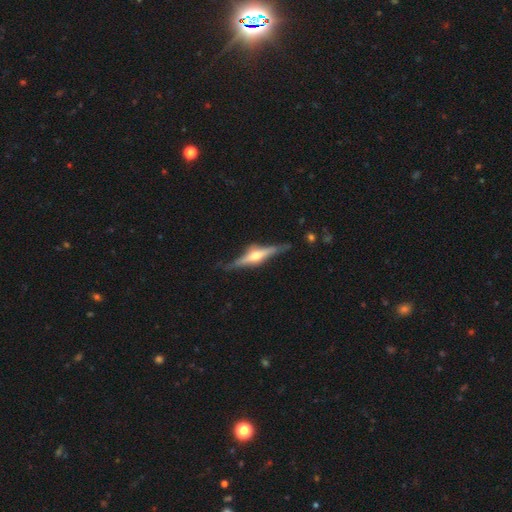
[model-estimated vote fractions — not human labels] Overall: featured or disk (79%). Edge-on disk: yes (97%). Edge-on bulge: rounded (90%). Merging: none (82%).